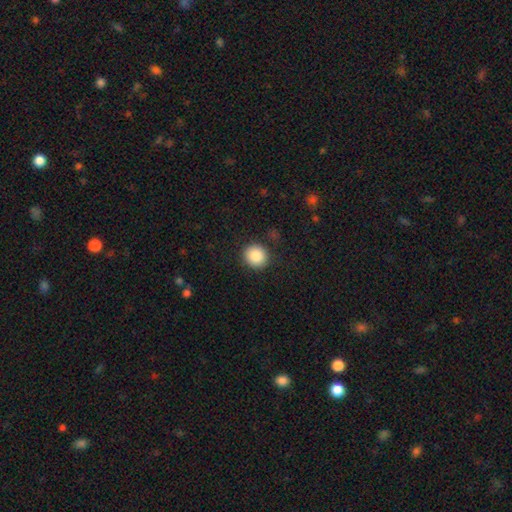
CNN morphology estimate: smooth 88%, star or artifact 8%, featured or disk 4%. Down the decision tree: how rounded — round (90%); merging — none (89%).